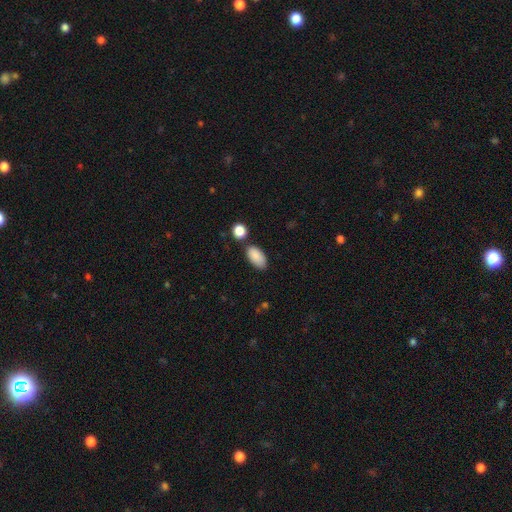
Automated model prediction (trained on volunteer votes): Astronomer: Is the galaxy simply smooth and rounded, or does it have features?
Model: smooth — 88%.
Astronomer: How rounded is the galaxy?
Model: in between — 94%.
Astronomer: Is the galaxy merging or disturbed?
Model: none — 75%.